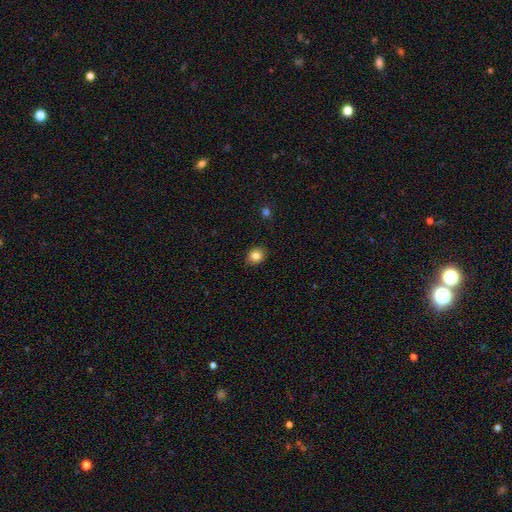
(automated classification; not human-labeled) smooth-or-featured: smooth: 83% | star or artifact: 10% | featured or disk: 7%
  how-rounded: round: 63% | in between: 36% | cigar-shaped: 1%
  merging: none: 89% | minor disturbance: 8% | major disturbance: 2% | merger: 1%